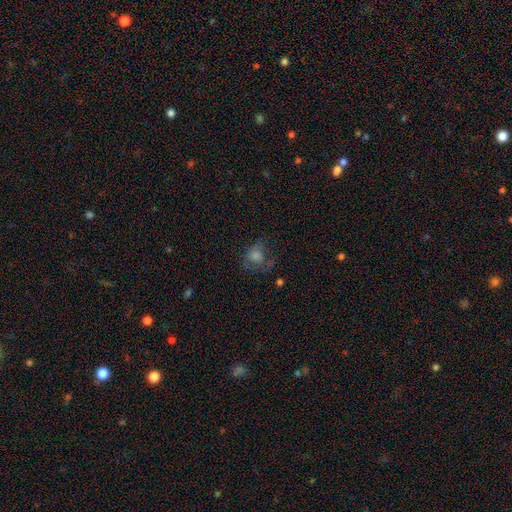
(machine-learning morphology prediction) Smooth or featured? smooth (49%)
Merging? none (47%)